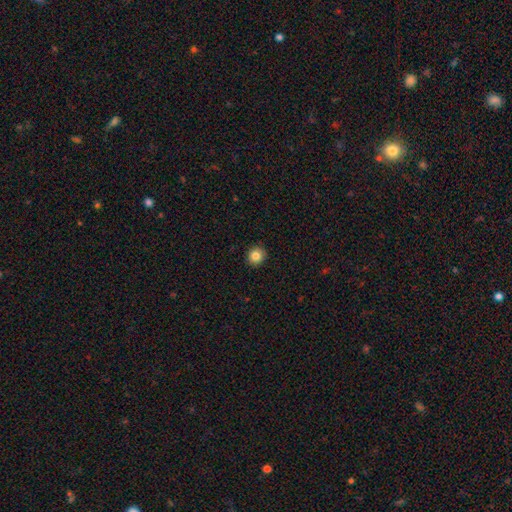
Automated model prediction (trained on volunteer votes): smooth_or_featured: smooth (p=0.83) [alt: star or artifact p=0.10]
how_rounded: round (p=0.90) [alt: in between p=0.09]
merging: none (p=0.92) [alt: minor disturbance p=0.05]